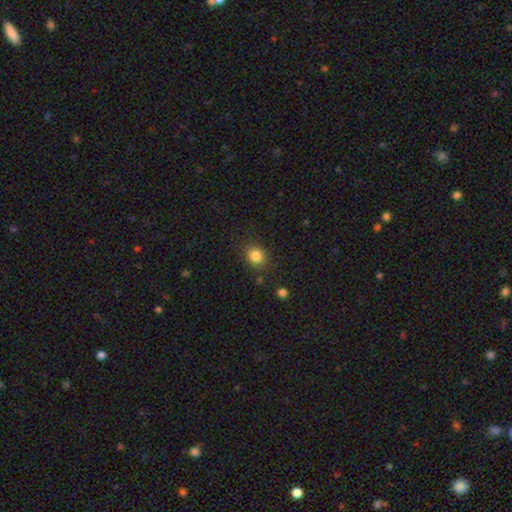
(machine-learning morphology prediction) Smooth or featured? Predicted: smooth (p=0.84). How rounded? Predicted: round (p=0.75). Merging? Predicted: none (p=0.84).